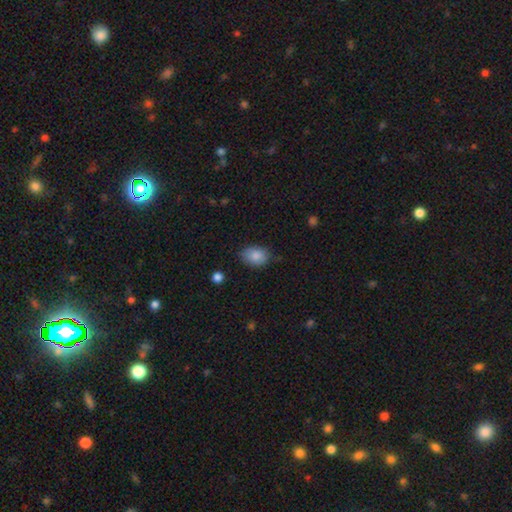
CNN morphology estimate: A smooth galaxy with no disk features (86%) that is in between round and cigar-shaped (74%). Merging: none (75%).